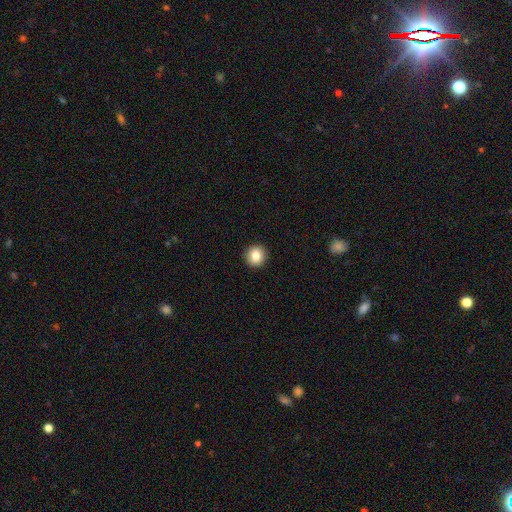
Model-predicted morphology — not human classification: A smooth galaxy with no disk features (84%) that is round (93%).

Vote fractions:
- Smooth or featured? smooth: 84% / star or artifact: 9% / featured or disk: 7%
- How rounded? round: 93% / in between: 6% / cigar-shaped: 1%
- Merging? none: 93% / minor disturbance: 4% / major disturbance: 1% / merger: 1%